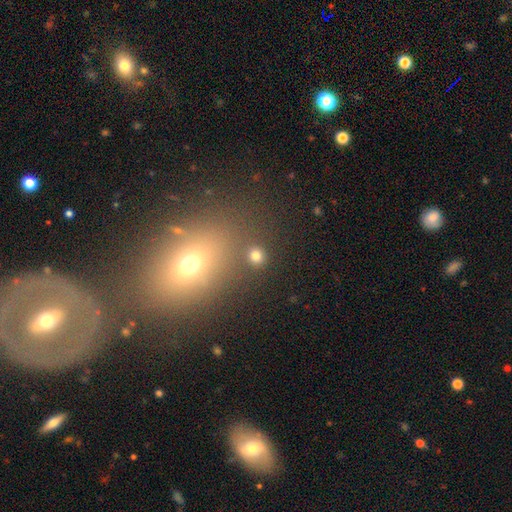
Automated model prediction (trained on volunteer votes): The model was most divided on "smooth or featured": smooth: 77%, star or artifact: 17%, featured or disk: 6%. More confident: merging — none (82%); how rounded — round (81%).